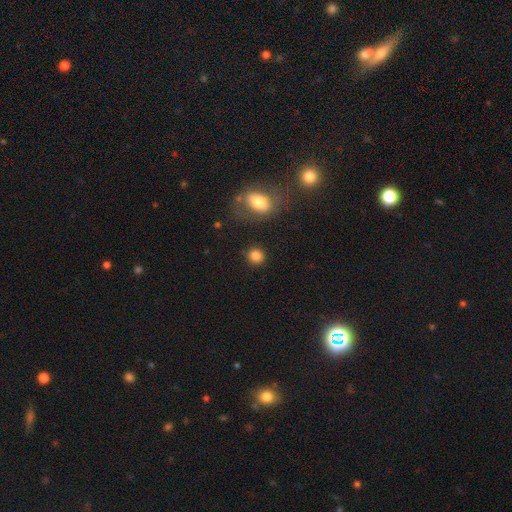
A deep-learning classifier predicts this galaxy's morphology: A smooth galaxy with no disk features (84%) that is round (88%).

Vote fractions:
- Smooth or featured? smooth: 84% / star or artifact: 11% / featured or disk: 5%
- How rounded? round: 88% / in between: 11% / cigar-shaped: 1%
- Merging? none: 87% / minor disturbance: 7% / merger: 3% / major disturbance: 3%